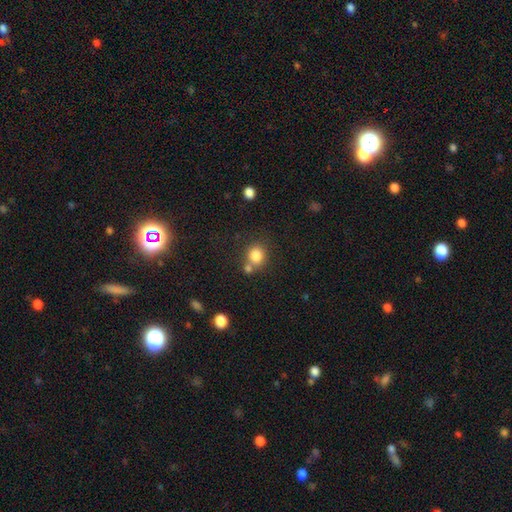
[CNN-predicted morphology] Overall: smooth (82%). How rounded: round (78%). Merging: none (60%; merger 26%).